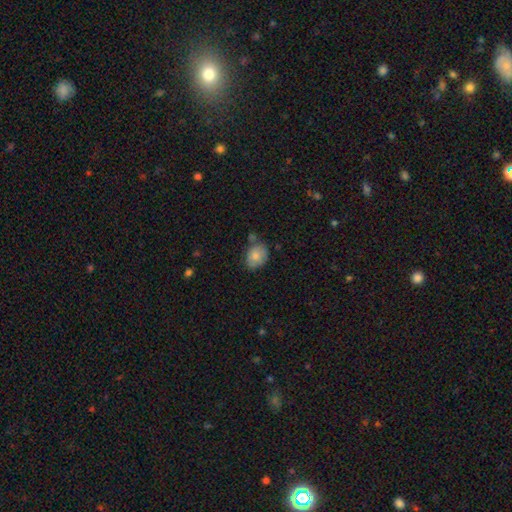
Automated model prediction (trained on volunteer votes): Overall: smooth (80%). How rounded: in between (64%; round 35%). Merging: none (61%; minor disturbance 24%).